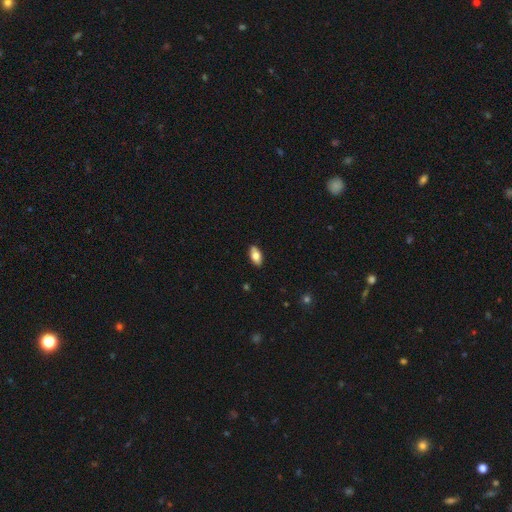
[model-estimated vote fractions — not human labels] The model was most divided on "smooth or featured": smooth: 76%, featured or disk: 17%, star or artifact: 7%. More confident: how rounded — in between (91%); merging — none (87%).